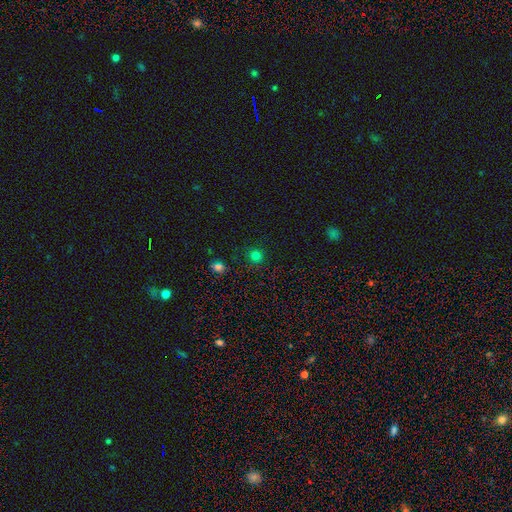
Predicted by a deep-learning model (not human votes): Smooth or featured? smooth (77%)
How rounded? round (92%)
Merging? none (89%)